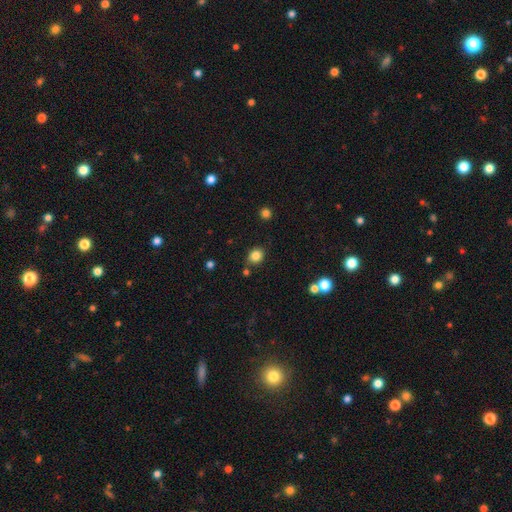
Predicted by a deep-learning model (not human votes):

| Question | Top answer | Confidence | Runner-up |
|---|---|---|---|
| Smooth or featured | smooth | 83% | star or artifact (12%) |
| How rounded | round | 71% | in between (28%) |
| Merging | none | 79% | minor disturbance (12%) |